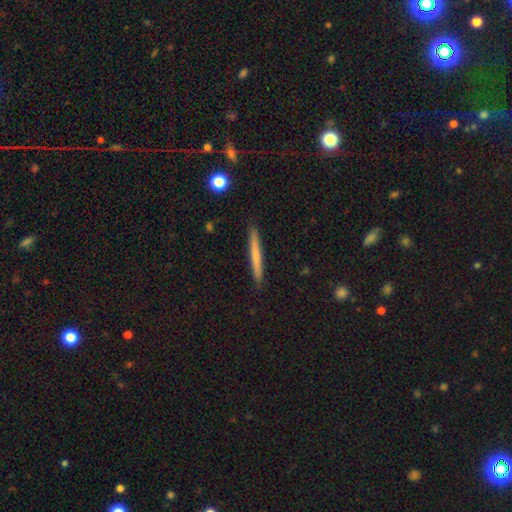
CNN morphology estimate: smooth-or-featured: smooth: 64% | featured or disk: 30% | star or artifact: 6%
  how-rounded: cigar-shaped: 97% | in between: 2% | round: 1%
  merging: none: 91% | minor disturbance: 6% | major disturbance: 1% | merger: 1%